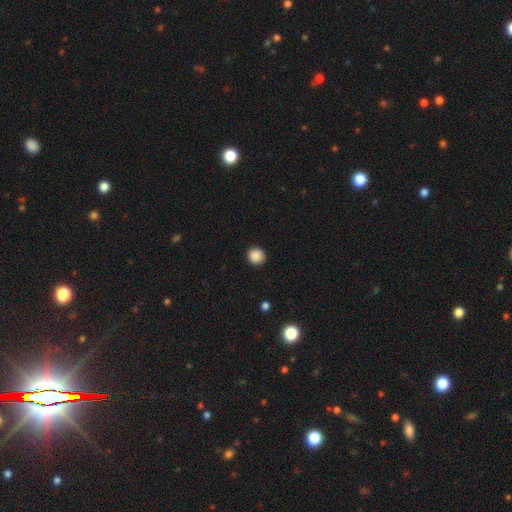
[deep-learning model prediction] Q: Smooth or featured?
A: smooth (88%); runner-up: star or artifact (10%)
Q: How rounded?
A: round (94%); runner-up: in between (5%)
Q: Merging?
A: none (92%); runner-up: minor disturbance (5%)